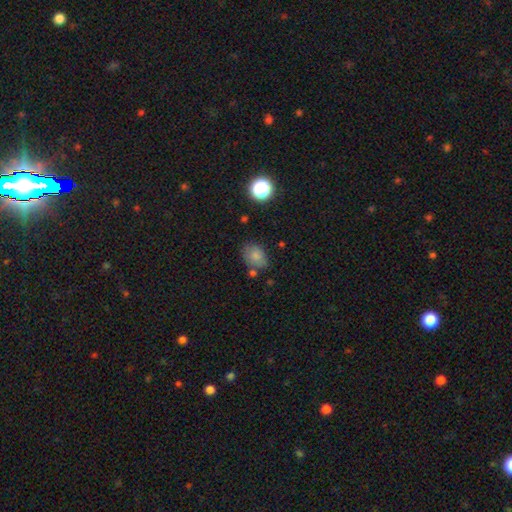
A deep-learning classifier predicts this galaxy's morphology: smooth_or_featured: smooth (p=0.79) [alt: star or artifact p=0.11]
how_rounded: in between (p=0.67) [alt: round p=0.32]
merging: none (p=0.68) [alt: minor disturbance p=0.20]